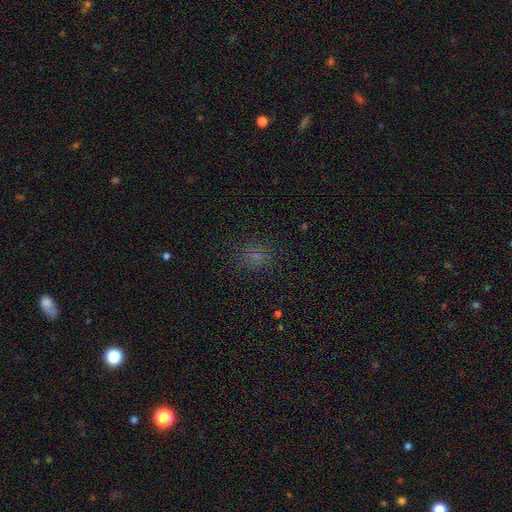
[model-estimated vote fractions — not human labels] A smooth galaxy with no disk features (65%) that is round (69%). Merging: none (82%).